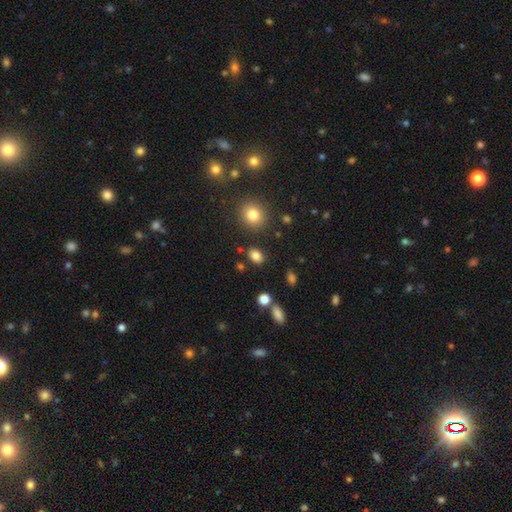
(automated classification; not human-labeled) This is clearly a smooth galaxy (83%). How rounded: likely in between (73%). Merging: clearly none (83%).